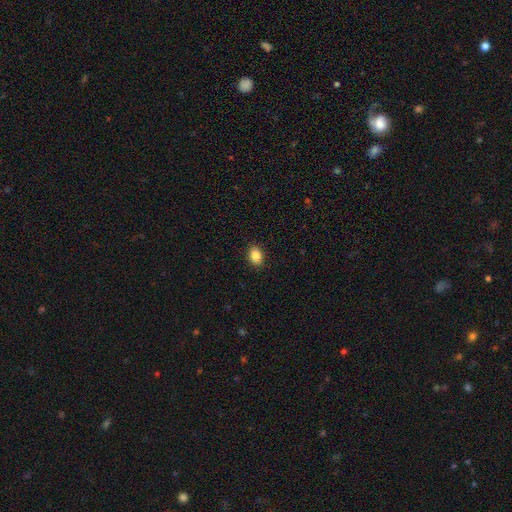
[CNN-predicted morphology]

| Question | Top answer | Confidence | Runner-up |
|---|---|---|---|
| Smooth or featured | smooth | 86% | star or artifact (9%) |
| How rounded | in between | 67% | round (32%) |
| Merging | none | 90% | minor disturbance (7%) |